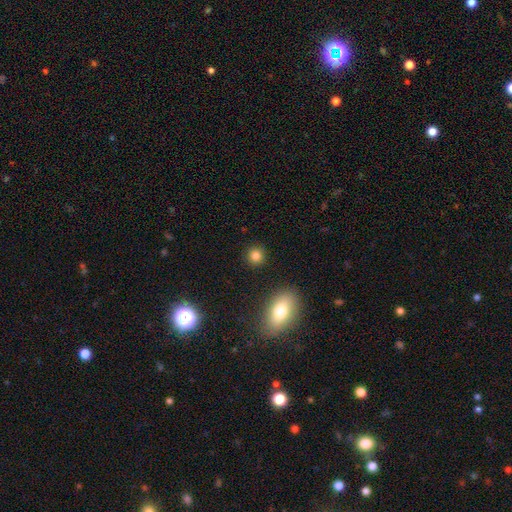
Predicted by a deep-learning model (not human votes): Smooth or featured: smooth — 83% (star or artifact — 12%)
How rounded: round — 89% (in between — 10%)
Merging: none — 89% (minor disturbance — 6%)